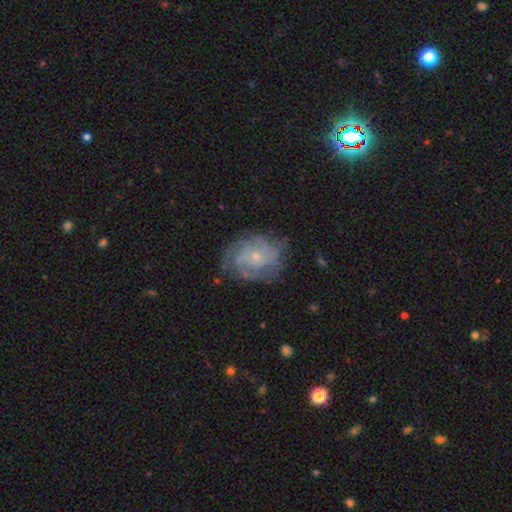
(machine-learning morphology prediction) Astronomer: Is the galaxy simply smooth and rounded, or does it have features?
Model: featured or disk — 76%.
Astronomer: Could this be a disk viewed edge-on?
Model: no — 97%.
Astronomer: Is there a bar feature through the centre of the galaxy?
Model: no — 79%.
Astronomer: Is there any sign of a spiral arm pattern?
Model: yes — 89%.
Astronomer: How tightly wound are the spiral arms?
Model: tight — 58%.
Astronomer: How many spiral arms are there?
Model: can't tell — 40% (runner-up: 3, 19%).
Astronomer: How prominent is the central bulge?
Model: small — 75%.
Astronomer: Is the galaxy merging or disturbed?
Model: none — 65%.